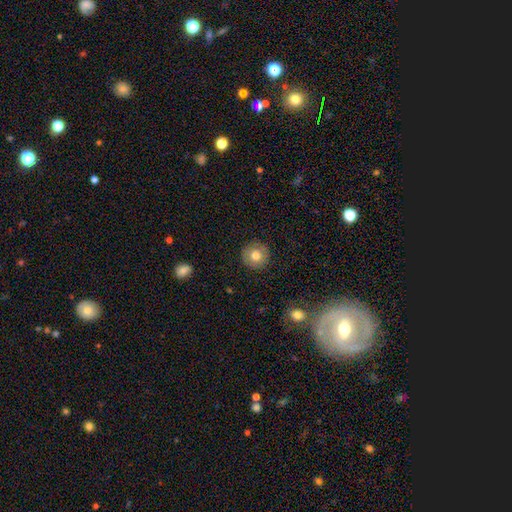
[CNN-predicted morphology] A smooth galaxy with no disk features (75%) that is round (94%).

Vote fractions:
- Smooth or featured? smooth: 75% / featured or disk: 17% / star or artifact: 9%
- How rounded? round: 94% / in between: 5% / cigar-shaped: 1%
- Merging? none: 89% / minor disturbance: 8% / major disturbance: 2% / merger: 1%